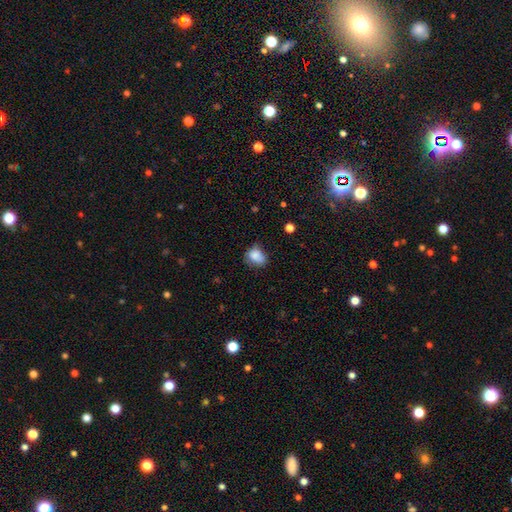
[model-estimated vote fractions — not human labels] smooth-or-featured: smooth: 82% | star or artifact: 9% | featured or disk: 8%
  how-rounded: in between: 60% | round: 39% | cigar-shaped: 1%
  merging: none: 50% | minor disturbance: 36% | major disturbance: 11% | merger: 3%